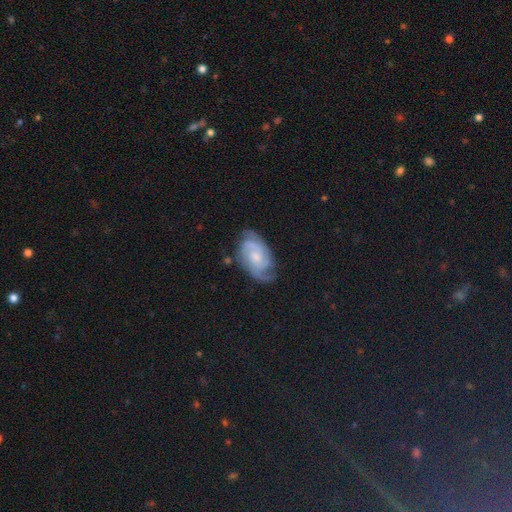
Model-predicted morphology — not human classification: smooth_or_featured: featured or disk (p=0.84) [alt: smooth p=0.10]
disk_edge_on: no (p=0.97) [alt: yes p=0.03]
bar: no (p=0.57) [alt: weak p=0.37]
has_spiral_arms: yes (p=0.97) [alt: no p=0.03]
spiral_winding: tight (p=0.58) [alt: medium p=0.35]
spiral_arm_count: 2 (p=0.49) [alt: 3 p=0.23]
bulge_size: small (p=0.48) [alt: moderate p=0.40]
merging: none (p=0.73) [alt: minor disturbance p=0.20]